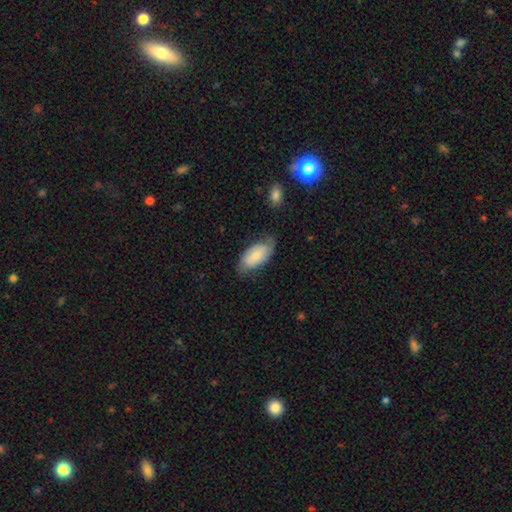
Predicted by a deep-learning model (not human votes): A smooth galaxy with no disk features (63%) that is in between round and cigar-shaped (93%).

Vote fractions:
- Smooth or featured? smooth: 63% / featured or disk: 30% / star or artifact: 6%
- How rounded? in between: 93% / cigar-shaped: 4% / round: 3%
- Merging? none: 61% / minor disturbance: 28% / major disturbance: 9% / merger: 2%